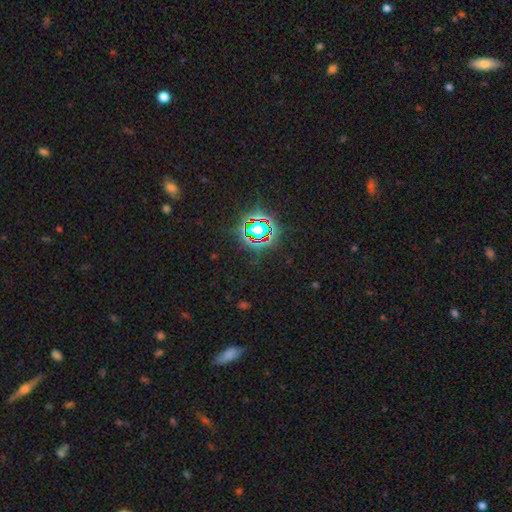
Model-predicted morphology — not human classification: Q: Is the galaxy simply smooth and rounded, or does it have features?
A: star or artifact — 76%.